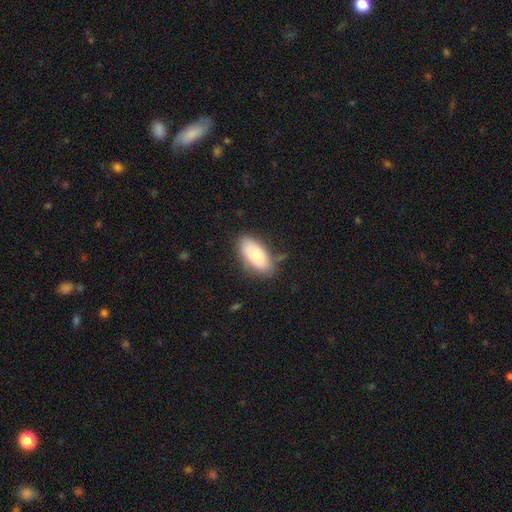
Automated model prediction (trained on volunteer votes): Smooth or featured: smooth — 77% (featured or disk — 16%)
How rounded: in between — 91% (cigar-shaped — 7%)
Merging: none — 72% (minor disturbance — 20%)